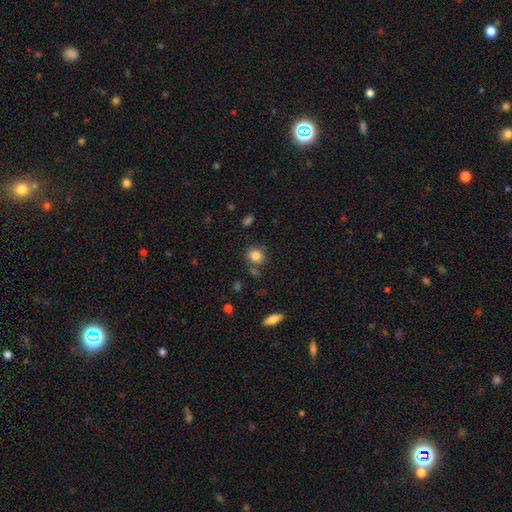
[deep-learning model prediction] Smooth or featured: smooth — 83% (star or artifact — 10%)
How rounded: round — 74% (in between — 25%)
Merging: none — 74% (minor disturbance — 13%)